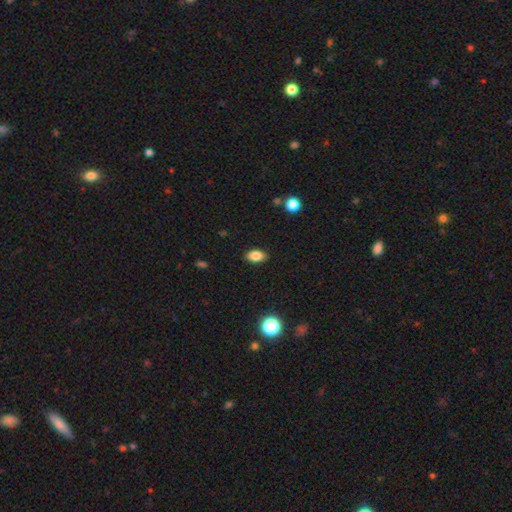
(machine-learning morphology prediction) A smooth galaxy with no disk features (84%) that is in between round and cigar-shaped (89%). Merging: none (89%).